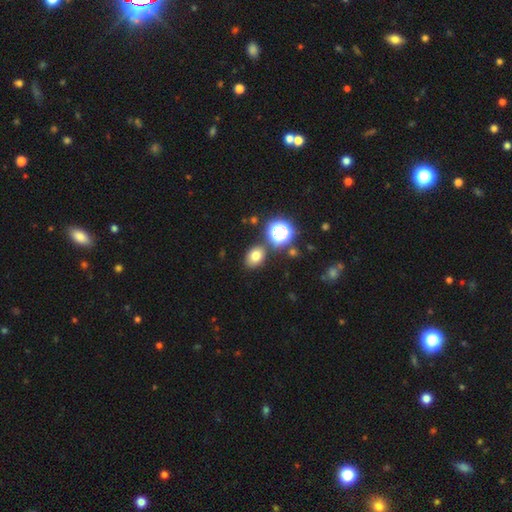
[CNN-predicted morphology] smooth-or-featured: smooth: 73% | star or artifact: 18% | featured or disk: 9%
  how-rounded: in between: 66% | round: 33% | cigar-shaped: 1%
  merging: none: 79% | minor disturbance: 10% | merger: 7% | major disturbance: 3%